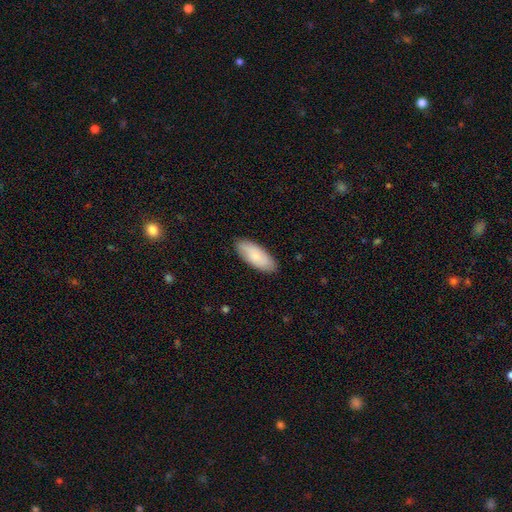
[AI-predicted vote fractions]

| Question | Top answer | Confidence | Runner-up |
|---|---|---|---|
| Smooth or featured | smooth | 80% | featured or disk (14%) |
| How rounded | in between | 83% | cigar-shaped (16%) |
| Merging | none | 87% | minor disturbance (10%) |